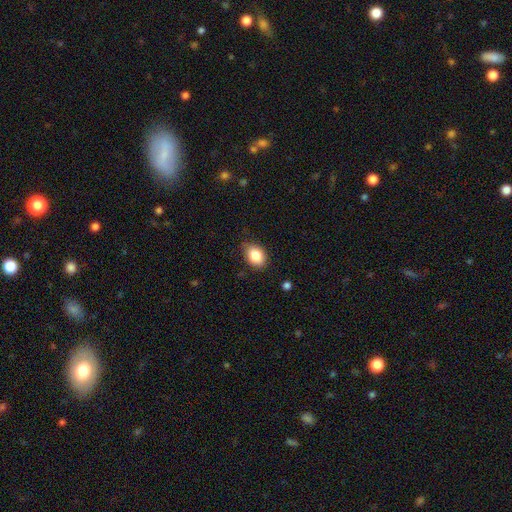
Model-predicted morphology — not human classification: smooth-or-featured: smooth: 85% | star or artifact: 8% | featured or disk: 7%
  how-rounded: in between: 72% | round: 27% | cigar-shaped: 1%
  merging: none: 75% | minor disturbance: 20% | major disturbance: 3% | merger: 1%